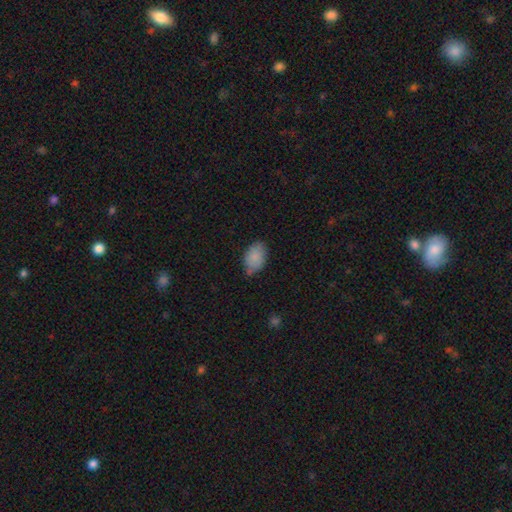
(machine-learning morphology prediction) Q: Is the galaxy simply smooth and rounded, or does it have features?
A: smooth — 86%.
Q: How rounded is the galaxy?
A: in between — 88%.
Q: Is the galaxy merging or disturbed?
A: none — 66%.